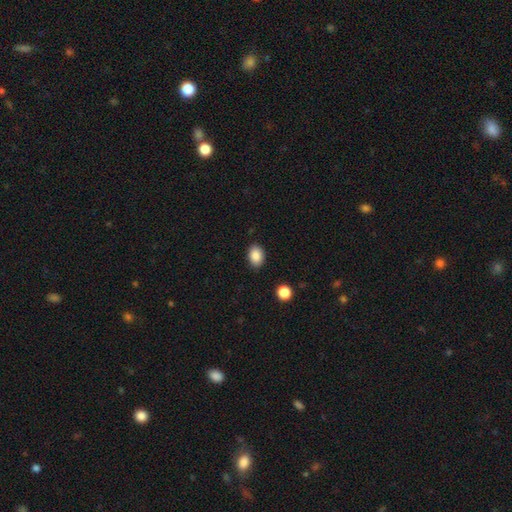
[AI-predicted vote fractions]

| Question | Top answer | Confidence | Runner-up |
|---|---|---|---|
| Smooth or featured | smooth | 88% | star or artifact (8%) |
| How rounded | in between | 79% | round (20%) |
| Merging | none | 86% | minor disturbance (10%) |